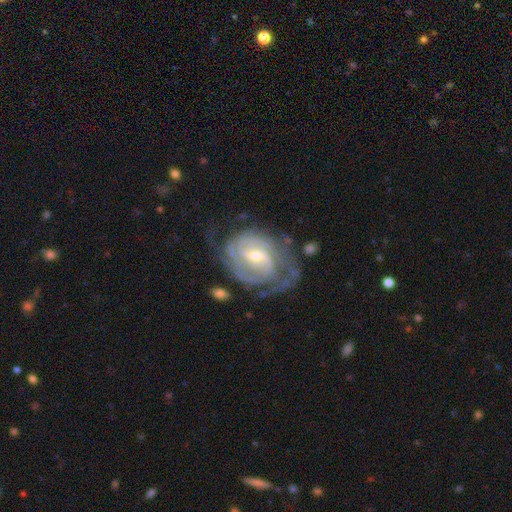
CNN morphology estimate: This is clearly a featured or disk galaxy (90%). It is clearly not viewed edge-on (97%). Bar: possibly weak (52%). Spiral arm pattern: clearly yes (97%). Spiral arm count: marginally 2 (37%). Spiral winding: likely tight (66%). Central bulge: possibly small (53%). Merging: possibly none (60%).